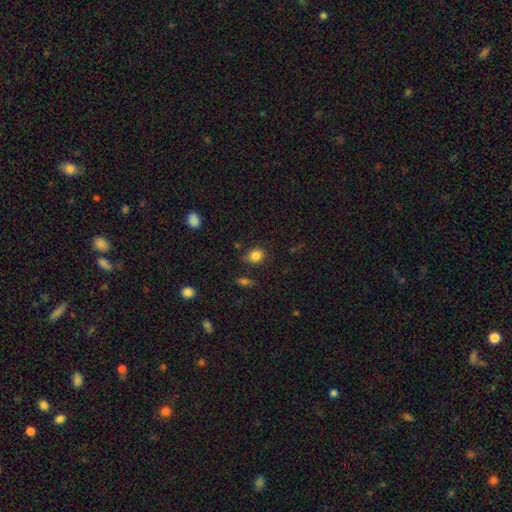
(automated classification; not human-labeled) This appears to be a smooth galaxy with no disk features (83%) that is round (64%). Merging: none (74%).